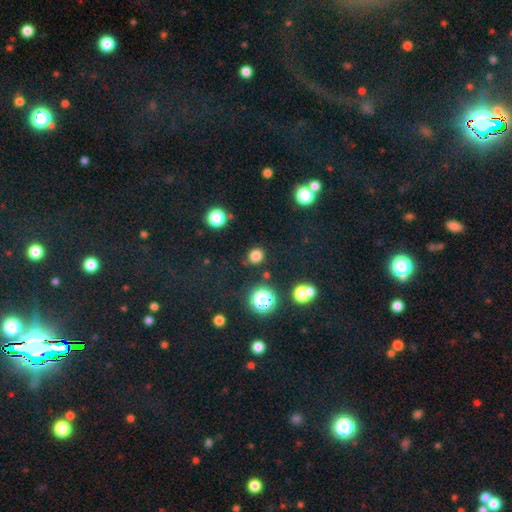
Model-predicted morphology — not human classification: type=smooth (78%); roundness=round (86%); merging=none (87%).